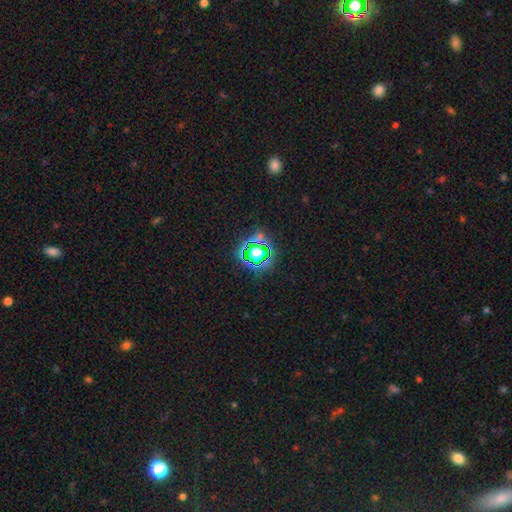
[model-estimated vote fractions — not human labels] star or artifact 66%, smooth 25%, featured or disk 9%.